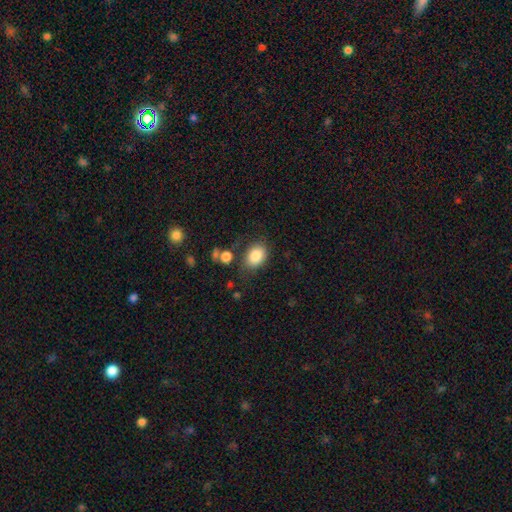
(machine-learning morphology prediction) This appears to be a smooth galaxy with no disk features (84%) that is in between round and cigar-shaped (71%). Merging: none (69%).